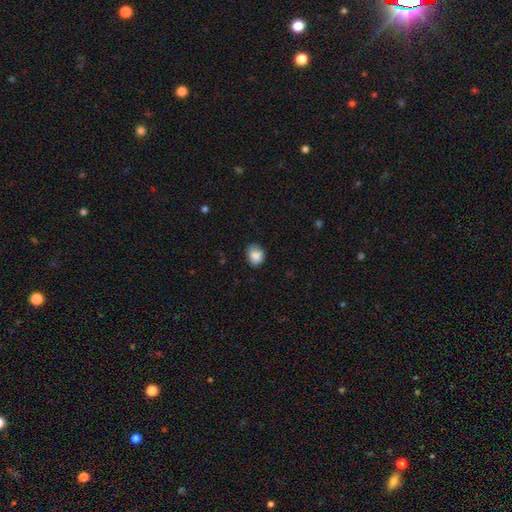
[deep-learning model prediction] Overall: smooth (86%). How rounded: round (52%; in between 48%). Merging: none (71%).